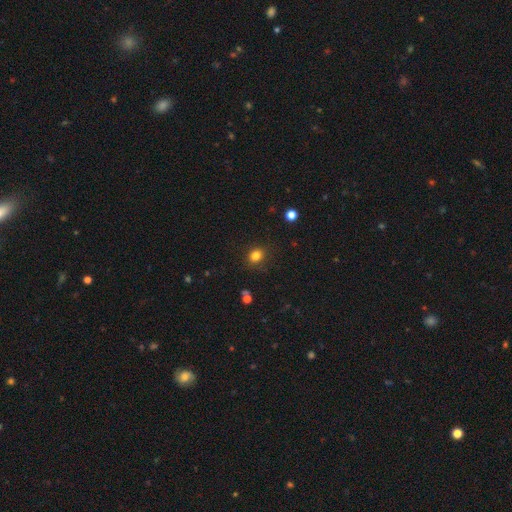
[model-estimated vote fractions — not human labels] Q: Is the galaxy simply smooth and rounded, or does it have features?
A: smooth — 82%.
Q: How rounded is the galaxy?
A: round — 67%.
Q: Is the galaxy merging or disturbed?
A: none — 86%.